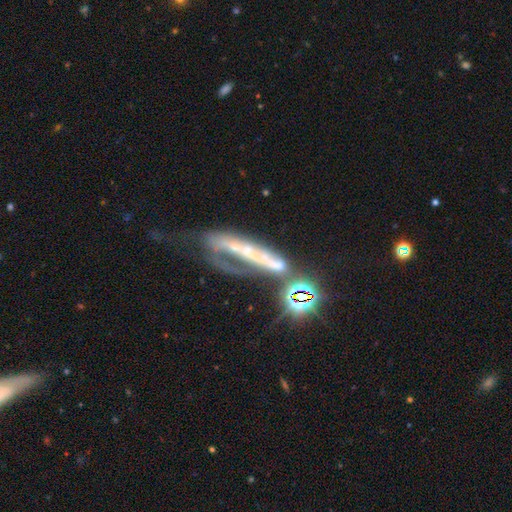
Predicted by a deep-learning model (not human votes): A featured or disk galaxy (61%).

Vote fractions:
- Smooth or featured? featured or disk: 61% / smooth: 20% / star or artifact: 19%
- Edge-on disk? no: 52% / yes: 48%
- Merging? major disturbance: 35% / merger: 25% / none: 22% / minor disturbance: 17%